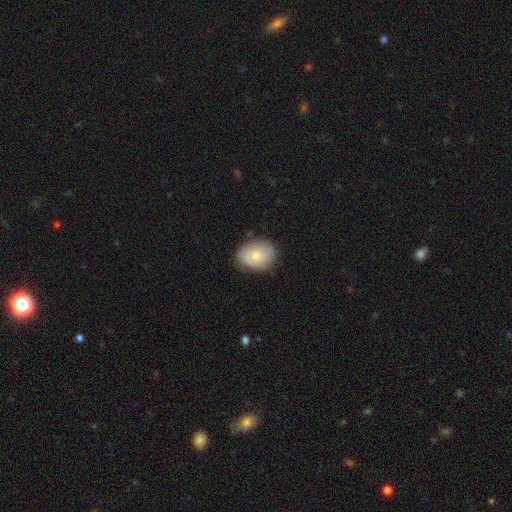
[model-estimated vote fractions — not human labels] The model was most divided on "smooth or featured": smooth: 53%, featured or disk: 40%, star or artifact: 7%. More confident: merging — none (75%); how rounded — in between (57%).